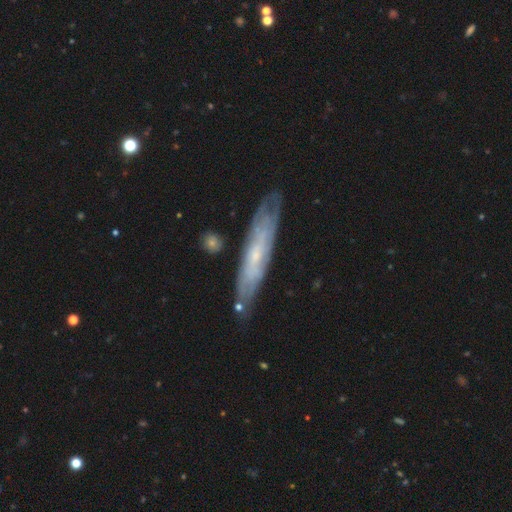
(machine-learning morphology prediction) Smooth or featured: featured or disk — 66% (smooth — 27%)
Edge-on disk: no — 53% (yes — 47%)
Merging: none — 78% (minor disturbance — 16%)